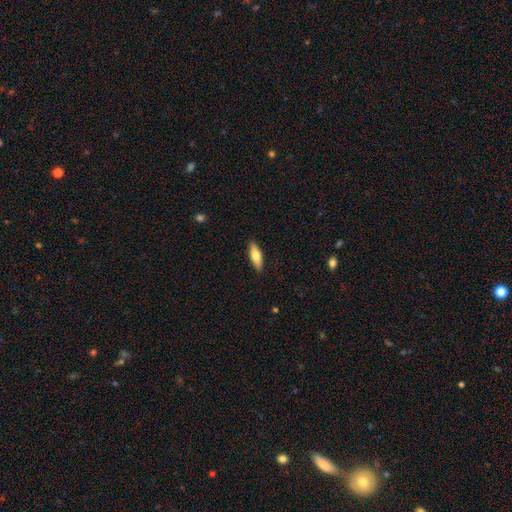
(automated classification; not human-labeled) The model was most divided on "how rounded": in between: 52%, cigar-shaped: 46%, round: 2%. More confident: merging — none (89%); smooth or featured — smooth (72%).